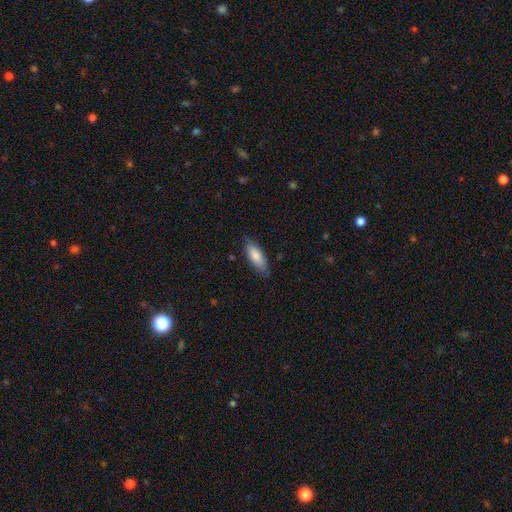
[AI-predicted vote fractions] Smooth or featured? Predicted: smooth (p=0.81). How rounded? Predicted: in between (p=0.73). Merging? Predicted: none (p=0.76).